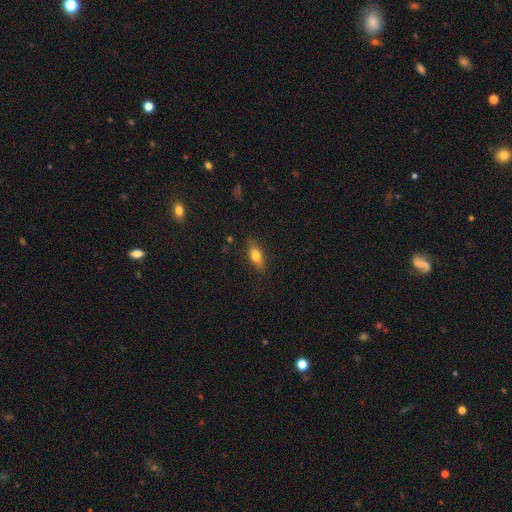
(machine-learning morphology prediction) smooth-or-featured: smooth: 70% | featured or disk: 22% | star or artifact: 8%
  how-rounded: in between: 70% | cigar-shaped: 25% | round: 5%
  merging: none: 82% | minor disturbance: 13% | major disturbance: 3% | merger: 1%